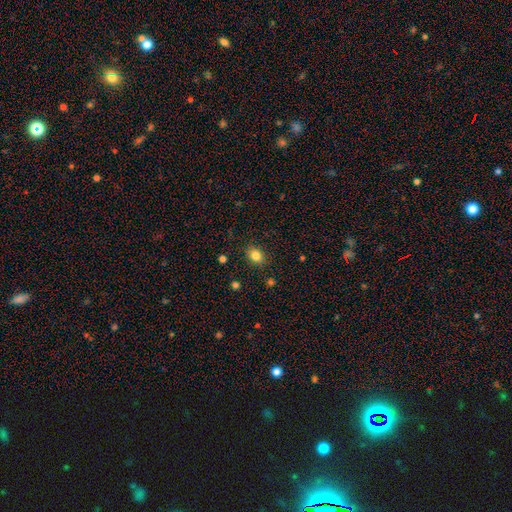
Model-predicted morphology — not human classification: A smooth galaxy with no disk features (83%) that is in between round and cigar-shaped (60%).

Vote fractions:
- Smooth or featured? smooth: 83% / star or artifact: 11% / featured or disk: 6%
- How rounded? in between: 60% / round: 39% / cigar-shaped: 1%
- Merging? none: 87% / minor disturbance: 10% / major disturbance: 2% / merger: 1%